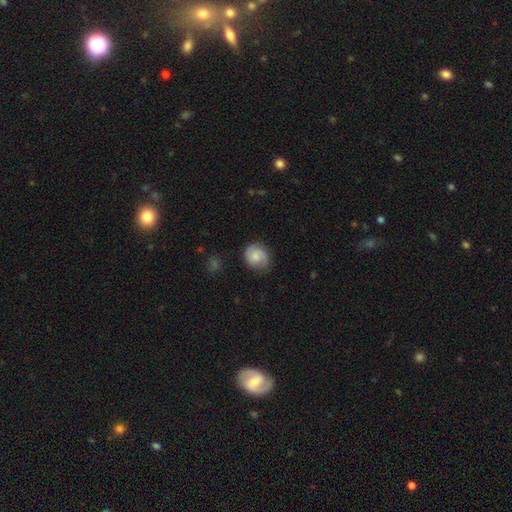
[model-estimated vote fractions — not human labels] smooth 49%, featured or disk 44%, star or artifact 8%. Down the decision tree: merging — none (77%).